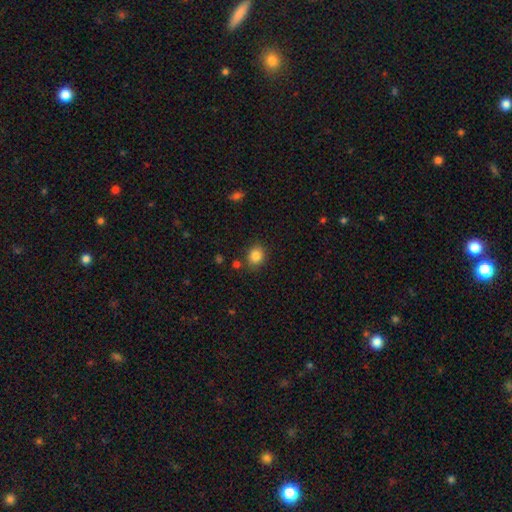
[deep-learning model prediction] smooth_or_featured: smooth (p=0.85) [alt: star or artifact p=0.10]
how_rounded: round (p=0.71) [alt: in between p=0.28]
merging: none (p=0.82) [alt: minor disturbance p=0.11]